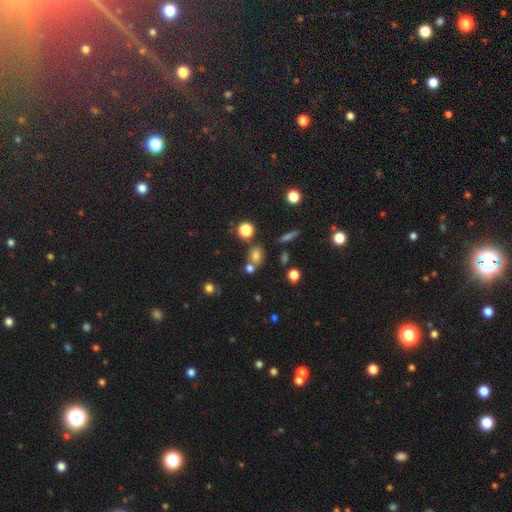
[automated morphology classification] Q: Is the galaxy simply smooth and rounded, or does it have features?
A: smooth — 70%.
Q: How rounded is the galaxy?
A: round — 51%.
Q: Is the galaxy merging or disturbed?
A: none — 60%.